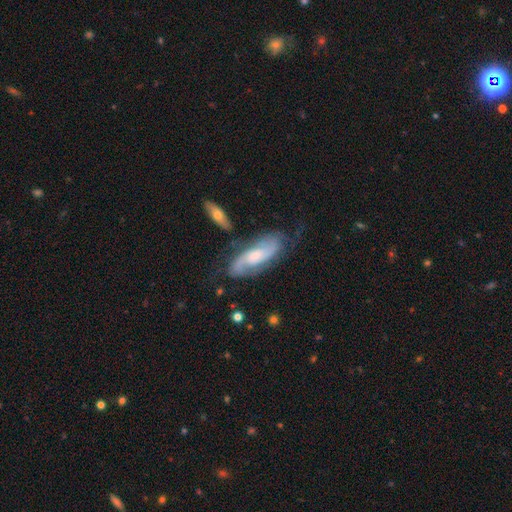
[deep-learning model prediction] Smooth or featured: featured or disk — 75% (smooth — 19%)
Edge-on disk: no — 89% (yes — 11%)
Bar: no — 51% (weak — 39%)
Spiral arms: yes — 94% (no — 6%)
Spiral winding: medium — 46% (loose — 30%)
Spiral arm count: 2 — 84% (can't tell — 10%)
Bulge size: moderate — 46% (small — 34%)
Merging: none — 62% (minor disturbance — 21%)